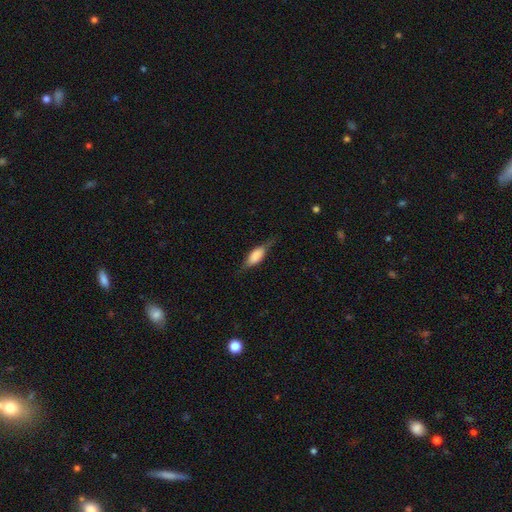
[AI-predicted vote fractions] This is possibly a smooth galaxy (58%). How rounded: likely in between (67%). Merging: likely none (68%).